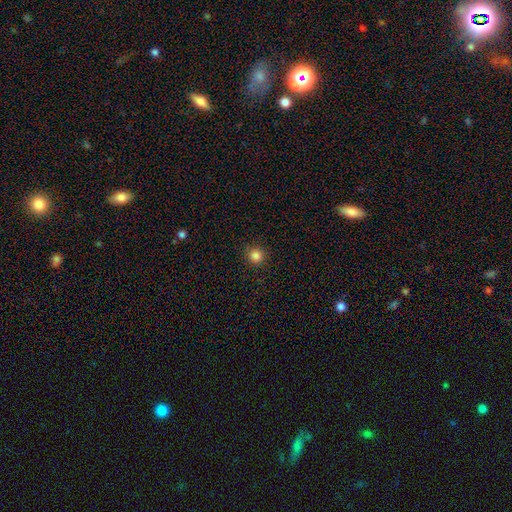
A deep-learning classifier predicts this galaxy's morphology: smooth-or-featured: smooth: 84% | star or artifact: 12% | featured or disk: 4%
  how-rounded: round: 94% | in between: 5% | cigar-shaped: 1%
  merging: none: 91% | minor disturbance: 6% | major disturbance: 2% | merger: 1%